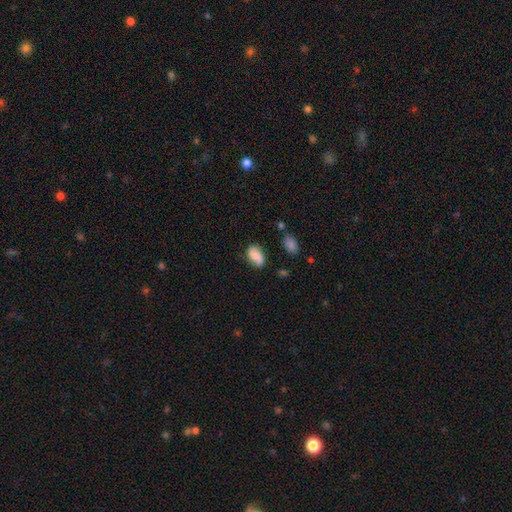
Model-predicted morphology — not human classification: Smooth or featured? smooth (77%)
How rounded? in between (90%)
Merging? none (65%)